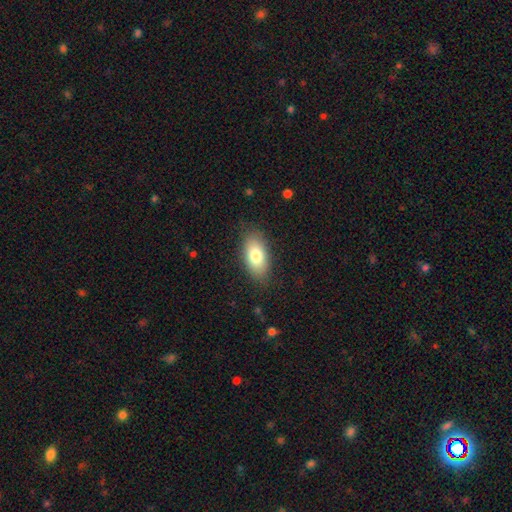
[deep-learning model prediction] smooth_or_featured: smooth (p=0.80) [alt: featured or disk p=0.13]
how_rounded: in between (p=0.91) [alt: cigar-shaped p=0.05]
merging: none (p=0.84) [alt: minor disturbance p=0.12]